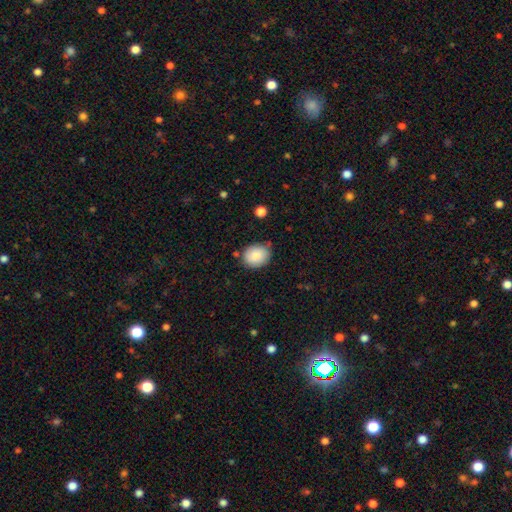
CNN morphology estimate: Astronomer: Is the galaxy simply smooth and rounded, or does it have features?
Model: smooth — 84%.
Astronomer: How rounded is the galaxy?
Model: round — 61% (runner-up: in between, 38%).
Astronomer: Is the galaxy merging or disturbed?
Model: none — 76%.